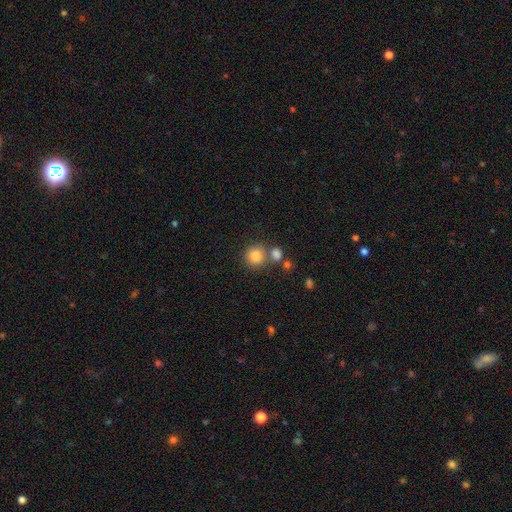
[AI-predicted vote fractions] This appears to be a smooth galaxy with no disk features (83%) that is round (89%). Merging: none (65%).